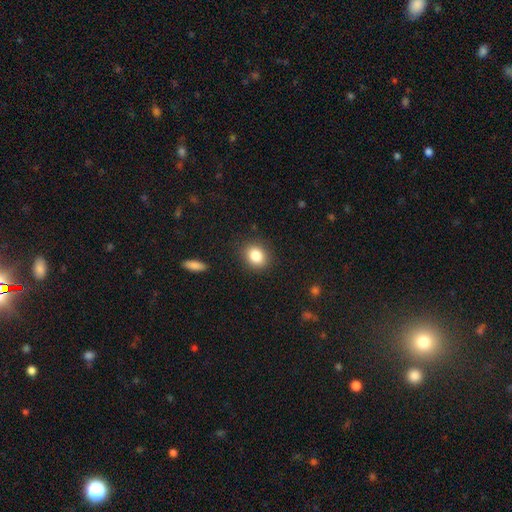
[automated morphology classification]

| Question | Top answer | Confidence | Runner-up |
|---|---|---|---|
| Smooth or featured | smooth | 84% | star or artifact (10%) |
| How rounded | round | 58% | in between (41%) |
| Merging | none | 87% | minor disturbance (9%) |